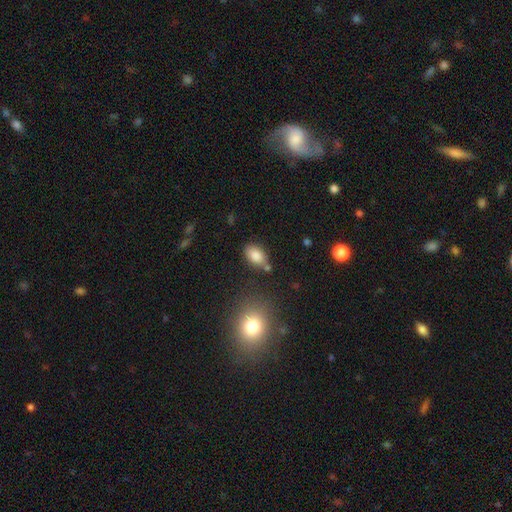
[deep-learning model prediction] smooth_or_featured: smooth (p=0.84) [alt: star or artifact p=0.09]
how_rounded: in between (p=0.88) [alt: round p=0.10]
merging: none (p=0.69) [alt: minor disturbance p=0.17]